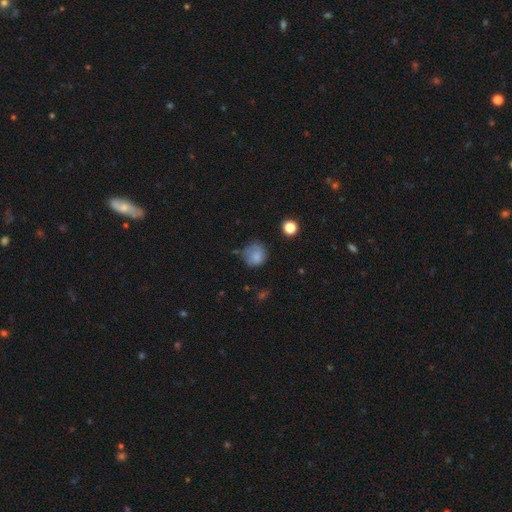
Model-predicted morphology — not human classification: smooth 76%, featured or disk 14%, star or artifact 11%. Down the decision tree: how rounded — round (83%); merging — none (56%).